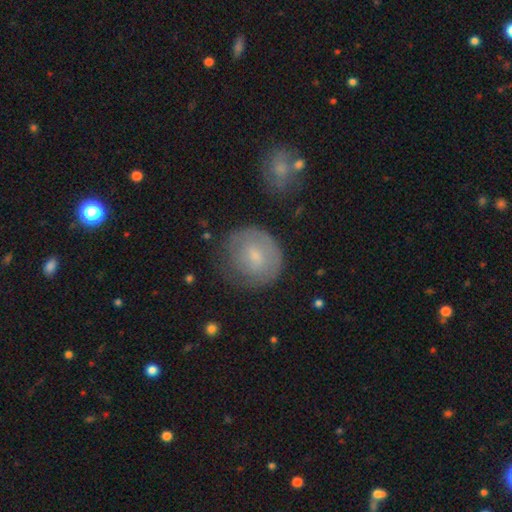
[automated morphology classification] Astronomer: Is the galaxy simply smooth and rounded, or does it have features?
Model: smooth — 60%.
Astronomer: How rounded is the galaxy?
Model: round — 81%.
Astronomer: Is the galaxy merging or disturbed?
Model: none — 67%.